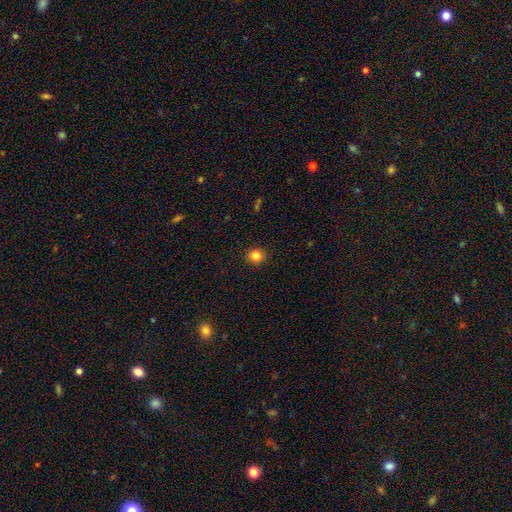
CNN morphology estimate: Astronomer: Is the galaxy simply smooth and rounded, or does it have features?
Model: smooth — 83%.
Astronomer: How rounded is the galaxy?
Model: round — 88%.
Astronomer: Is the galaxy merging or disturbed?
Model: none — 91%.